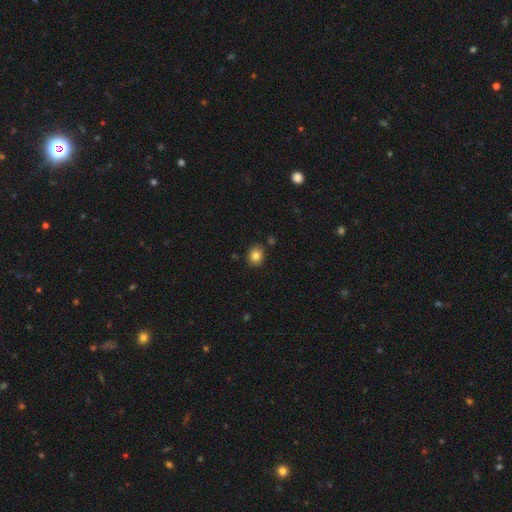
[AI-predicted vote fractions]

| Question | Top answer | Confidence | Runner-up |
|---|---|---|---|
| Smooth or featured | smooth | 83% | star or artifact (10%) |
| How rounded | round | 66% | in between (34%) |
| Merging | none | 85% | minor disturbance (10%) |